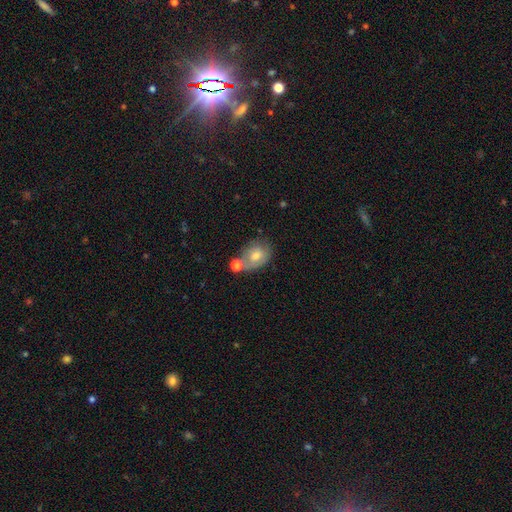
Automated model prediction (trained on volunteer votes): smooth-or-featured: smooth: 59% | featured or disk: 29% | star or artifact: 11%
  how-rounded: in between: 61% | round: 37% | cigar-shaped: 1%
  merging: none: 51% | merger: 21% | minor disturbance: 20% | major disturbance: 8%